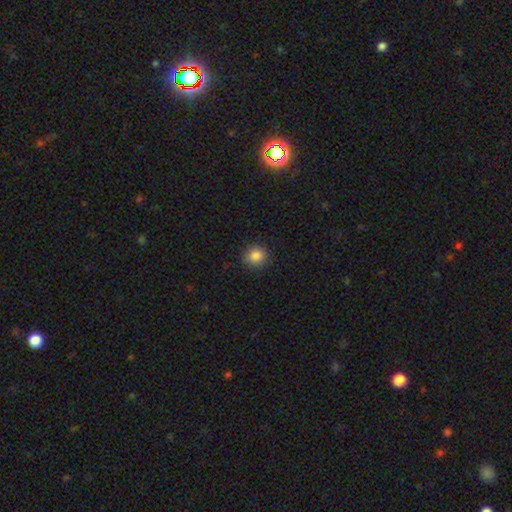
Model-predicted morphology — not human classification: Smooth or featured: smooth — 86% (star or artifact — 10%)
How rounded: round — 89% (in between — 10%)
Merging: none — 89% (minor disturbance — 8%)